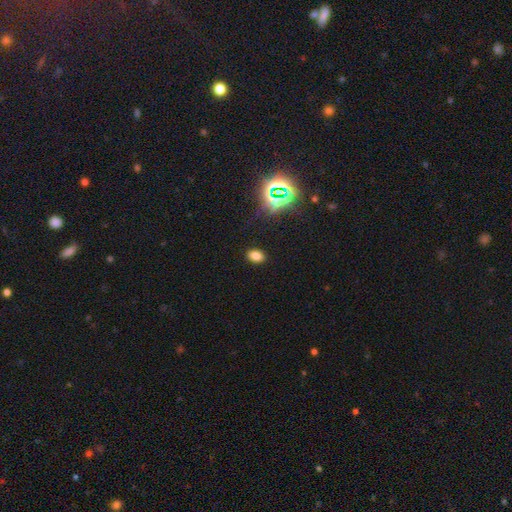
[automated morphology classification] This appears to be a smooth galaxy with no disk features (73%) that is in between round and cigar-shaped (84%). Merging: none (88%).